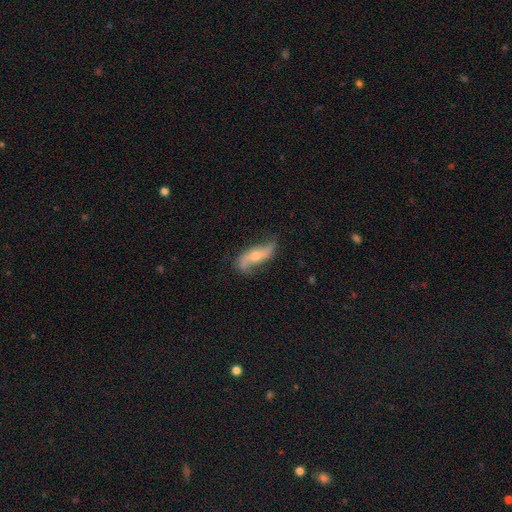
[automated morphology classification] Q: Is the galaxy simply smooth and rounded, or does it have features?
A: featured or disk — 80%.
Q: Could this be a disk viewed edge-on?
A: no — 91%.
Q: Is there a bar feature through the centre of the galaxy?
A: no — 56%.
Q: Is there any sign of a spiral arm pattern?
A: yes — 94%.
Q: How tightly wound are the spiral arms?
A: loose — 83%.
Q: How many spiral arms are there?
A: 2 — 92%.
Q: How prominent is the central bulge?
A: moderate — 51%.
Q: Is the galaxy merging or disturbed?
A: none — 70%.